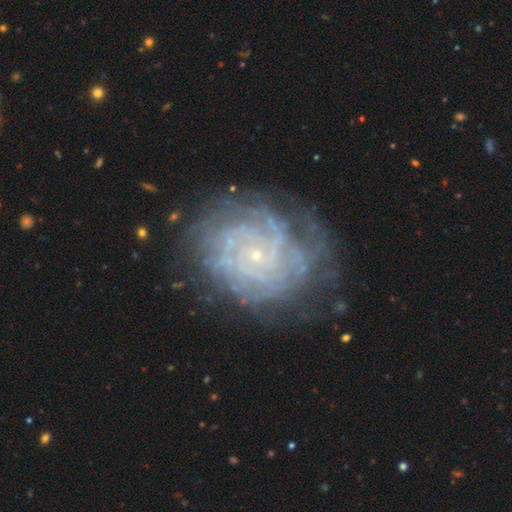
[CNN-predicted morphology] Smooth or featured: featured or disk — 84% (smooth — 9%)
Edge-on disk: no — 98% (yes — 2%)
Bar: no — 78% (weak — 17%)
Spiral arms: yes — 93% (no — 7%)
Spiral winding: tight — 76% (medium — 19%)
Spiral arm count: can't tell — 36% (4 — 18%)
Bulge size: small — 89% (moderate — 6%)
Merging: none — 66% (minor disturbance — 20%)